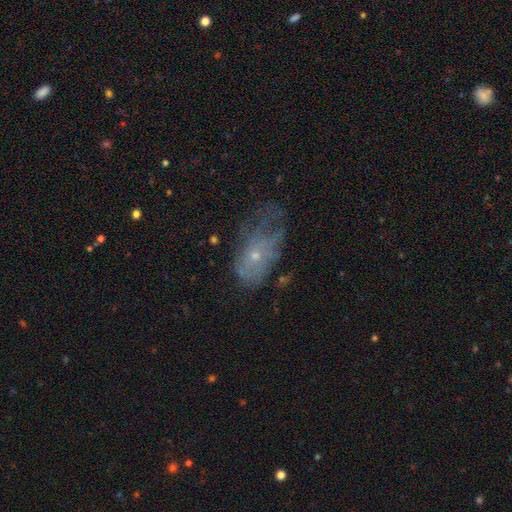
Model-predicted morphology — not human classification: This appears to be a featured or disk galaxy (49%). Merging: major disturbance (39%).